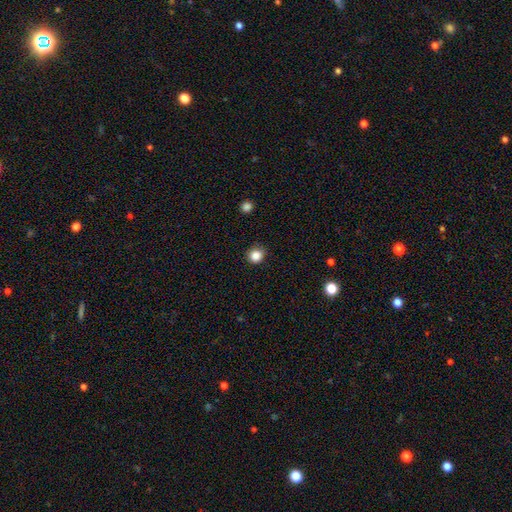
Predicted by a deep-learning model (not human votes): smooth_or_featured: smooth (p=0.85) [alt: star or artifact p=0.11]
how_rounded: round (p=0.85) [alt: in between p=0.14]
merging: none (p=0.85) [alt: minor disturbance p=0.11]